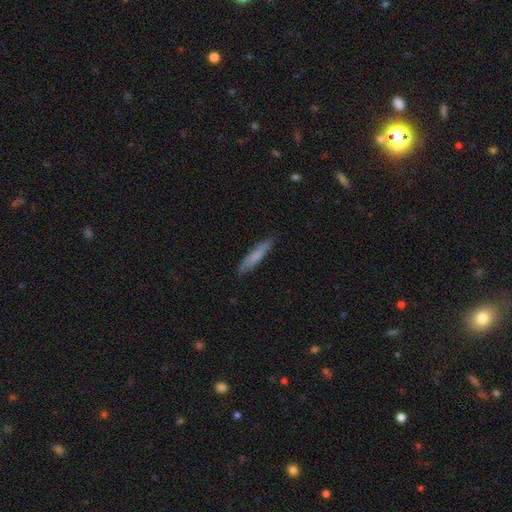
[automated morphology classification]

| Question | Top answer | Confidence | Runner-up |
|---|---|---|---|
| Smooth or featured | smooth | 73% | featured or disk (21%) |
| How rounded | cigar-shaped | 91% | in between (8%) |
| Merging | none | 88% | minor disturbance (9%) |